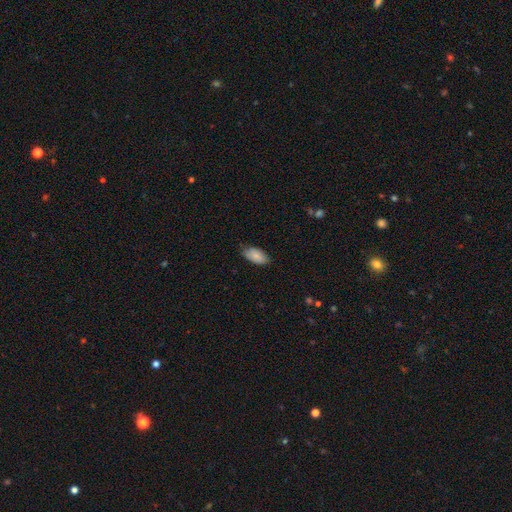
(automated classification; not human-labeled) Morphology: type=smooth (86%); roundness=in between (94%); merging=none (79%).